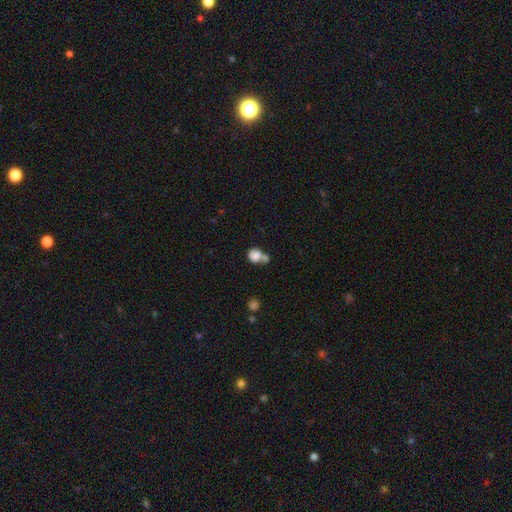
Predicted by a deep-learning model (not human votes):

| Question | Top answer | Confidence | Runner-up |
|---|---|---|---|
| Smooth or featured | smooth | 82% | star or artifact (9%) |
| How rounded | round | 74% | in between (25%) |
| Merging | merger | 46% | none (37%) |